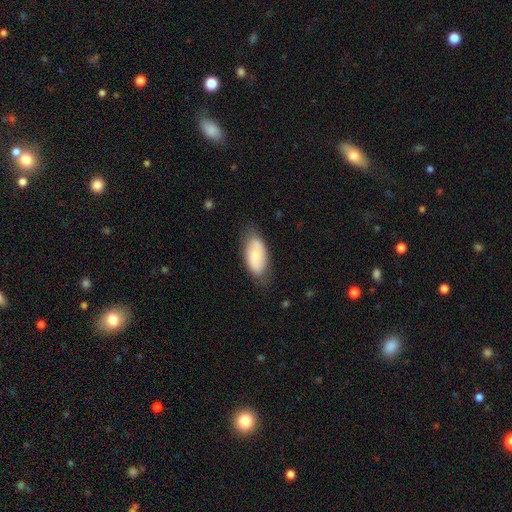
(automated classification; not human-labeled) Smooth or featured?
  - smooth: 70% *
  - featured or disk: 24%
  - star or artifact: 6%
How rounded?
  - in between: 92% *
  - cigar-shaped: 5%
  - round: 2%
Merging?
  - none: 72% *
  - minor disturbance: 22%
  - major disturbance: 5%
  - merger: 1%